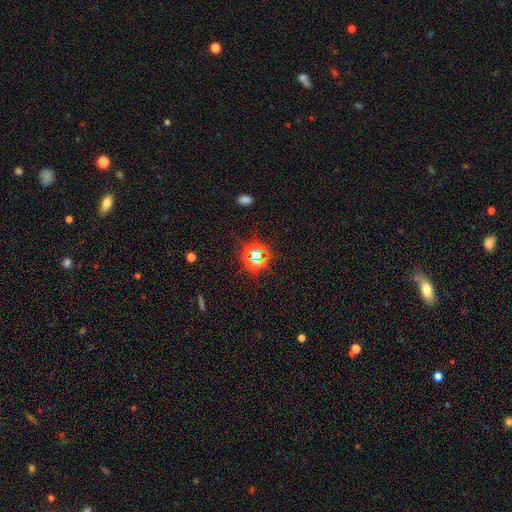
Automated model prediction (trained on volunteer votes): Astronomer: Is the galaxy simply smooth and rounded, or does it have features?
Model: star or artifact — 72%.